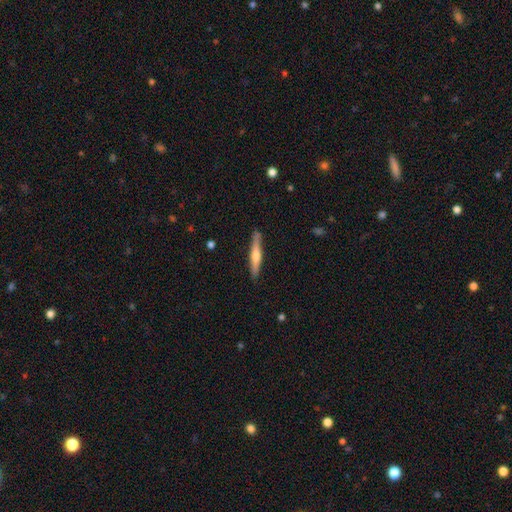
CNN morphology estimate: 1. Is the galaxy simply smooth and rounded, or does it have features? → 53% featured or disk, 41% smooth, 5% star or artifact.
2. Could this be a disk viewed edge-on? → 96% yes, 4% no.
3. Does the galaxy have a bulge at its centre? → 82% rounded, 10% none, 8% boxy.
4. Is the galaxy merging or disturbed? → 89% none, 8% minor disturbance, 2% major disturbance, 1% merger.